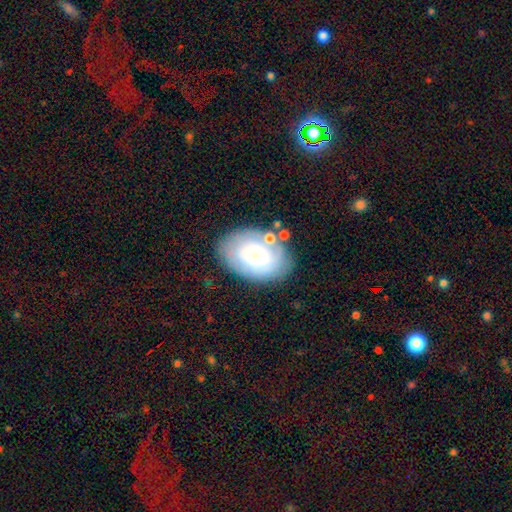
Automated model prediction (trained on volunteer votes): Smooth or featured? smooth (52%)
How rounded? in between (84%)
Merging? none (71%)